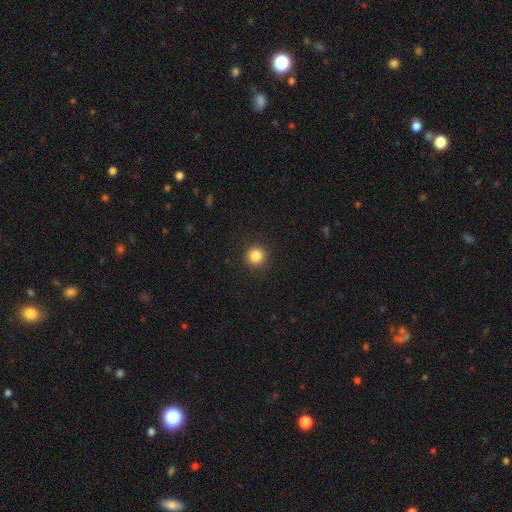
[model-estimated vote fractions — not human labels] Smooth or featured? Predicted: smooth (p=0.85). How rounded? Predicted: round (p=0.95). Merging? Predicted: none (p=0.92).